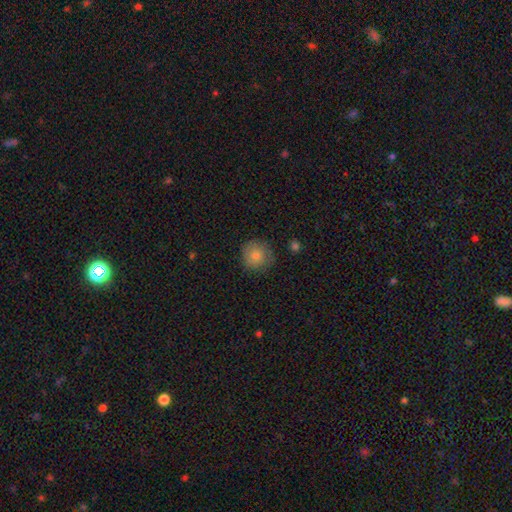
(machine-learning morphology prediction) Smooth or featured? Predicted: smooth (p=0.81). How rounded? Predicted: round (p=0.92). Merging? Predicted: none (p=0.79).